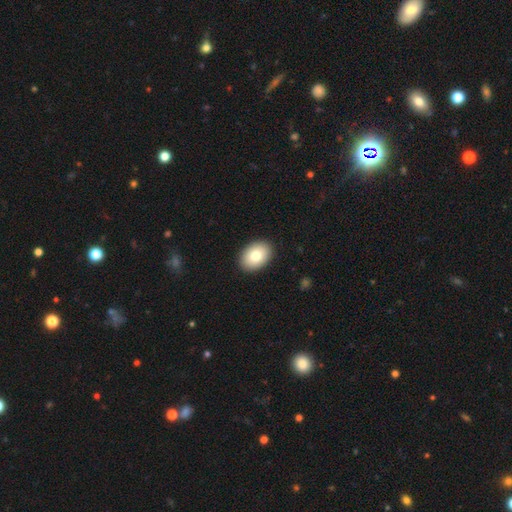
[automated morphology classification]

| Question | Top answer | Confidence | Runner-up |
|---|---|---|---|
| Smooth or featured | smooth | 80% | featured or disk (12%) |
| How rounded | in between | 81% | round (18%) |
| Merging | none | 90% | minor disturbance (7%) |